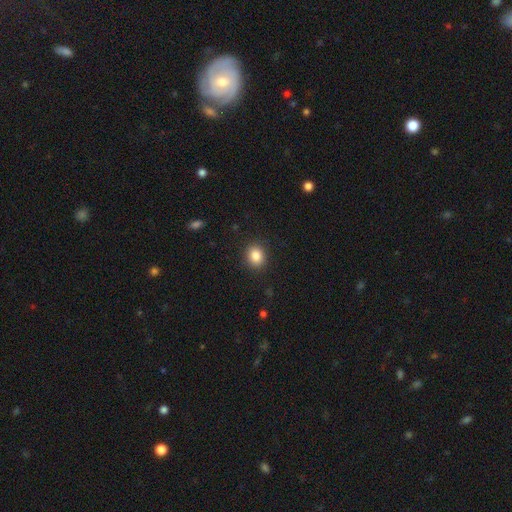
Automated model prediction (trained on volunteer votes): Overall: smooth (85%). How rounded: round (61%; in between 38%). Merging: none (89%).